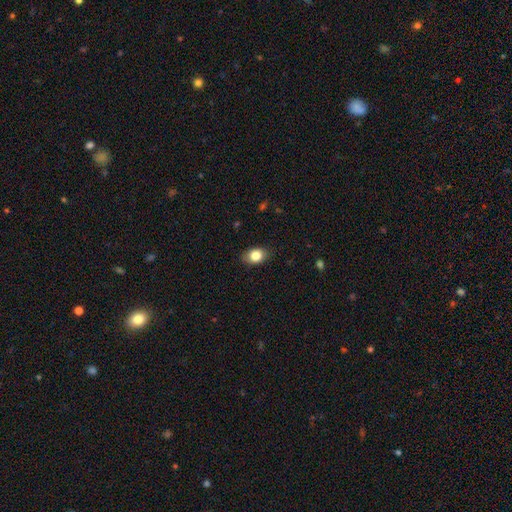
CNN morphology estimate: smooth-or-featured: smooth: 83% | featured or disk: 9% | star or artifact: 8%
  how-rounded: in between: 75% | round: 23% | cigar-shaped: 2%
  merging: none: 83% | minor disturbance: 13% | major disturbance: 3% | merger: 1%